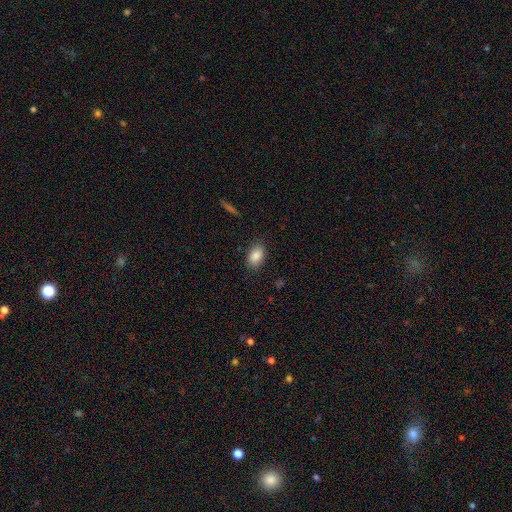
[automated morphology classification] smooth 87%, star or artifact 8%, featured or disk 5%. Down the decision tree: how rounded — in between (86%); merging — none (85%).